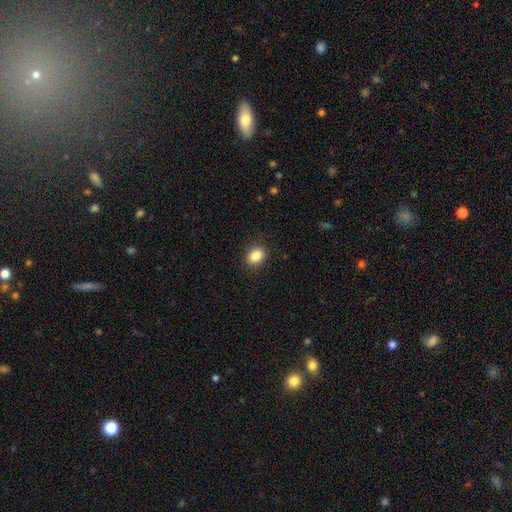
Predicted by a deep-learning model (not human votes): The model was most divided on "how rounded": in between: 59%, round: 40%, cigar-shaped: 1%. More confident: merging — none (88%); smooth or featured — smooth (86%).